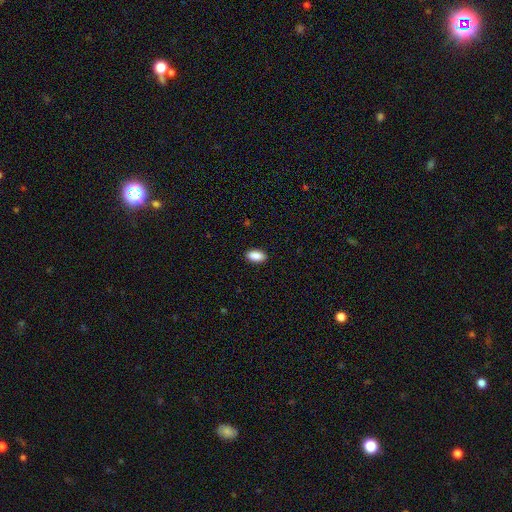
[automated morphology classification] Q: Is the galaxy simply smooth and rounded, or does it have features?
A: smooth — 90%.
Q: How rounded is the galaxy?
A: in between — 93%.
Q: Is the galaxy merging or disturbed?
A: none — 90%.